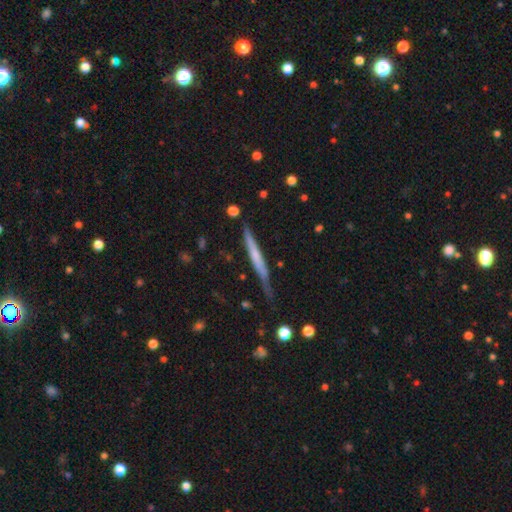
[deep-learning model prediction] smooth_or_featured: featured or disk (p=0.48) [alt: smooth p=0.46]
merging: none (p=0.69) [alt: minor disturbance p=0.23]